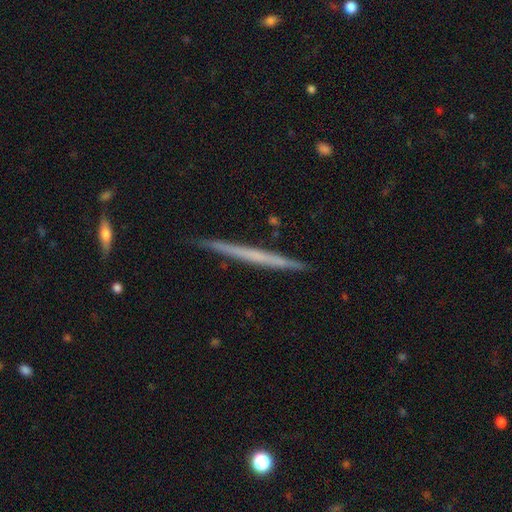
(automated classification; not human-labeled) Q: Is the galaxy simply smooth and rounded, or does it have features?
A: featured or disk — 57%.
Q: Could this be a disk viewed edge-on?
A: yes — 98%.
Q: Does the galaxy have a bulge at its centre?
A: none — 90%.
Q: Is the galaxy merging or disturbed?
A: none — 89%.